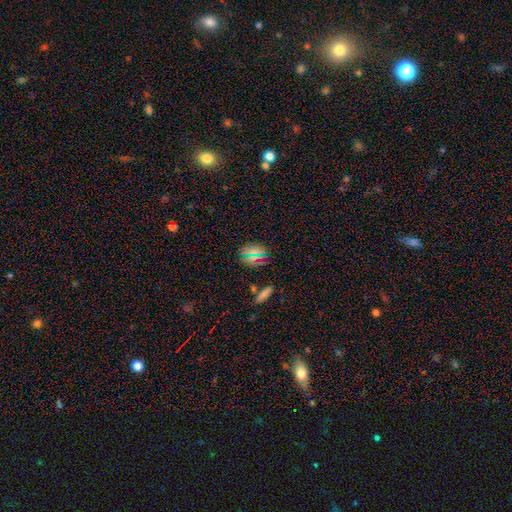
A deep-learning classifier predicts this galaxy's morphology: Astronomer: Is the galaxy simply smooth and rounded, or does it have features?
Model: smooth — 66%.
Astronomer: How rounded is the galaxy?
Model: in between — 55% (runner-up: round, 37%).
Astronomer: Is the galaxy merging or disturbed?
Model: none — 82%.